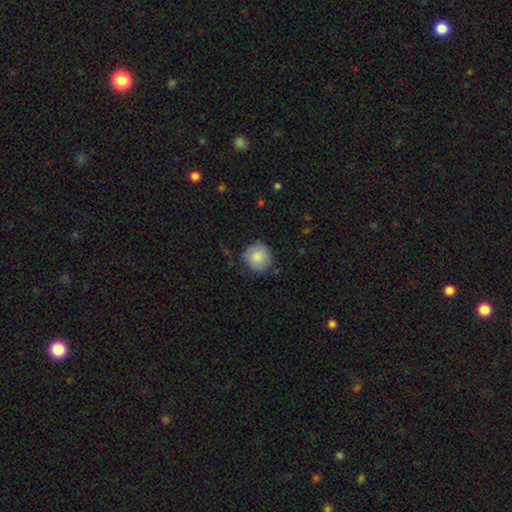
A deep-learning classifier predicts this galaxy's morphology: type=smooth (83%); roundness=round (92%); merging=none (77%).